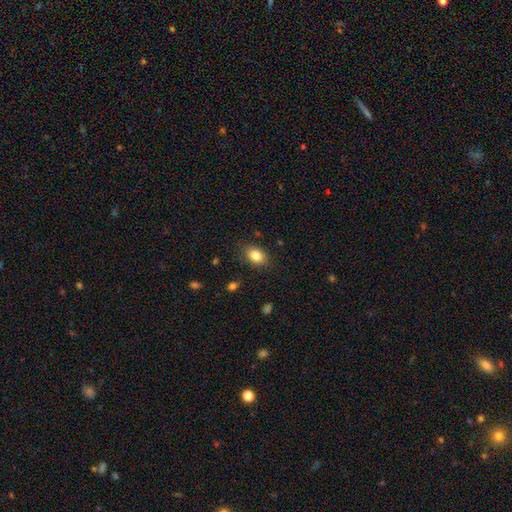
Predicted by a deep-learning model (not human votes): smooth_or_featured: smooth (p=0.83) [alt: star or artifact p=0.09]
how_rounded: in between (p=0.80) [alt: round p=0.18]
merging: none (p=0.84) [alt: minor disturbance p=0.12]